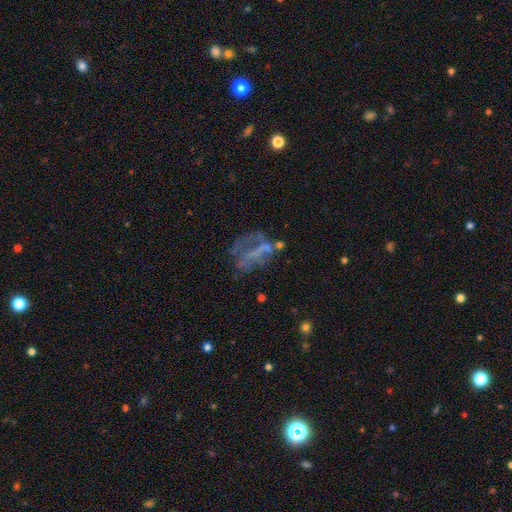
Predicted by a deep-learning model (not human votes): A featured or disk galaxy (49%).

Vote fractions:
- Smooth or featured? featured or disk: 49% / star or artifact: 26% / smooth: 25%
- Merging? none: 40% / major disturbance: 34% / minor disturbance: 18% / merger: 7%